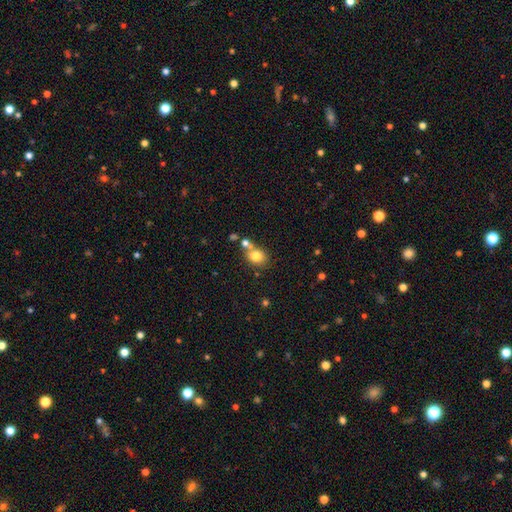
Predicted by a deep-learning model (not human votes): The model was most divided on "how rounded": round: 61%, in between: 38%, cigar-shaped: 1%. More confident: smooth or featured — smooth (78%); merging — none (55%).